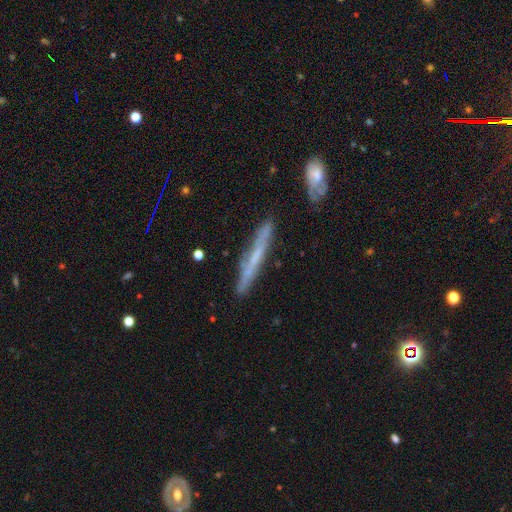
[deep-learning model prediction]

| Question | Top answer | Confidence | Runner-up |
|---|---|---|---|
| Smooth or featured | featured or disk | 50% | smooth (42%) |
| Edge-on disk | yes | 87% | no (13%) |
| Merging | none | 81% | minor disturbance (13%) |